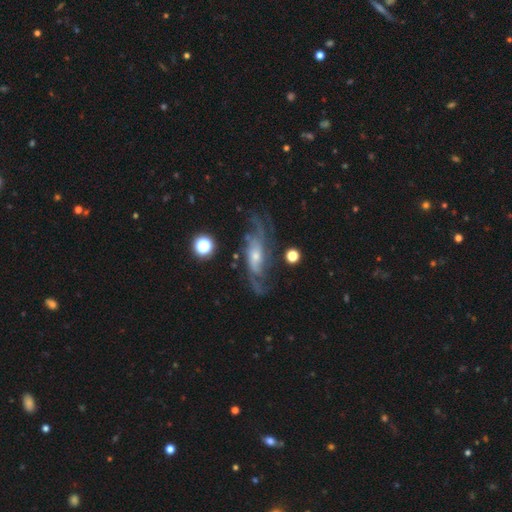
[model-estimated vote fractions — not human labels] The model was most divided on "spiral arm count": can't tell: 27%, 2: 25%, 3: 22%, 4: 13%, more than 4: 7%, 1: 6%. Remaining: spiral arms — yes (96%); edge-on disk — no (90%); smooth or featured — featured or disk (86%); merging — none (67%); bar — no (61%); bulge size — small (59%); spiral winding — medium (46%).